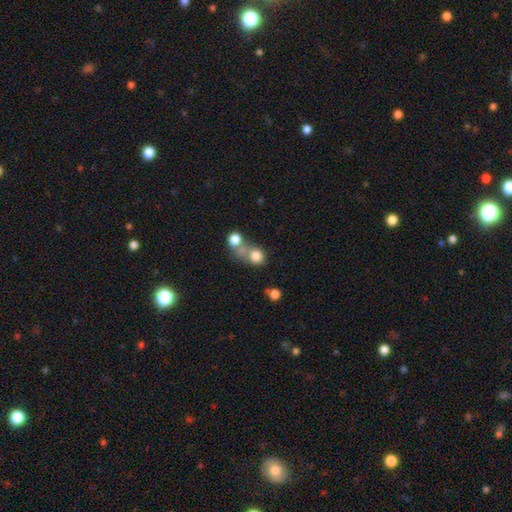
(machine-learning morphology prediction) Smooth or featured?
  - smooth: 77% *
  - star or artifact: 12%
  - featured or disk: 11%
How rounded?
  - round: 74% *
  - in between: 25%
  - cigar-shaped: 1%
Merging?
  - merger: 47% *
  - none: 35%
  - minor disturbance: 10%
  - major disturbance: 8%